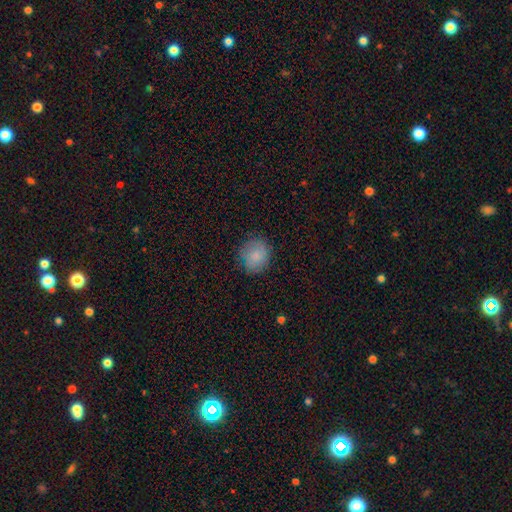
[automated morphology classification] smooth-or-featured: smooth: 83% | featured or disk: 9% | star or artifact: 8%
  how-rounded: round: 80% | in between: 19% | cigar-shaped: 1%
  merging: none: 80% | minor disturbance: 16% | major disturbance: 4% | merger: 1%